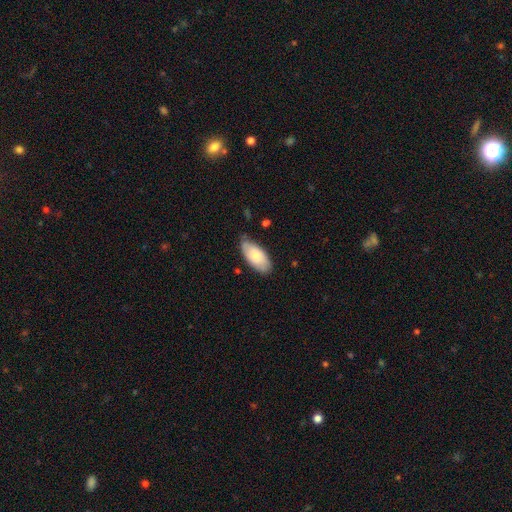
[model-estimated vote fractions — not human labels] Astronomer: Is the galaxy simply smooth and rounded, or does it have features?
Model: smooth — 77%.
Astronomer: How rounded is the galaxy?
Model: in between — 92%.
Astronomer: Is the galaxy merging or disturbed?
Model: none — 72%.